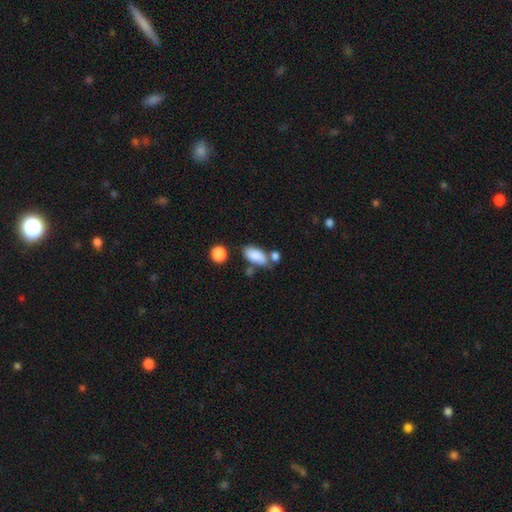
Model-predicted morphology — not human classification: type=smooth (84%); roundness=in between (90%); merging=none (54%).